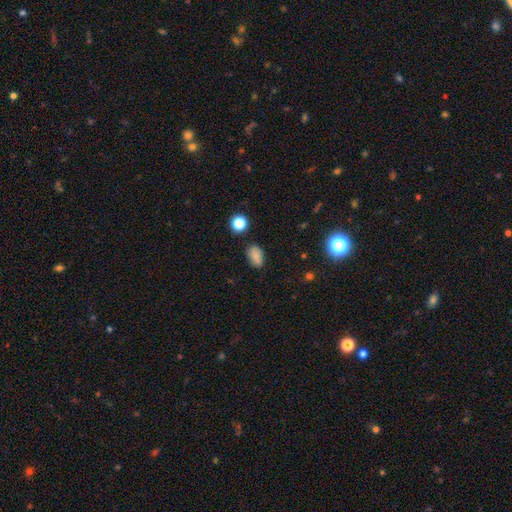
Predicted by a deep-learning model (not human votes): Smooth or featured: smooth — 81% (star or artifact — 12%)
How rounded: in between — 87% (round — 11%)
Merging: none — 82% (minor disturbance — 13%)